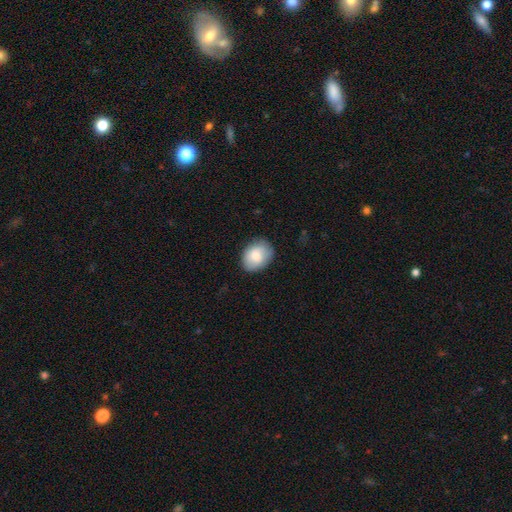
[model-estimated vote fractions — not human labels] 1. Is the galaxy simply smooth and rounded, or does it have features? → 78% smooth, 15% featured or disk, 7% star or artifact.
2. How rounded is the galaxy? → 62% in between, 37% round, 1% cigar-shaped.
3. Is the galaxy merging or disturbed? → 82% none, 14% minor disturbance, 3% major disturbance, 1% merger.